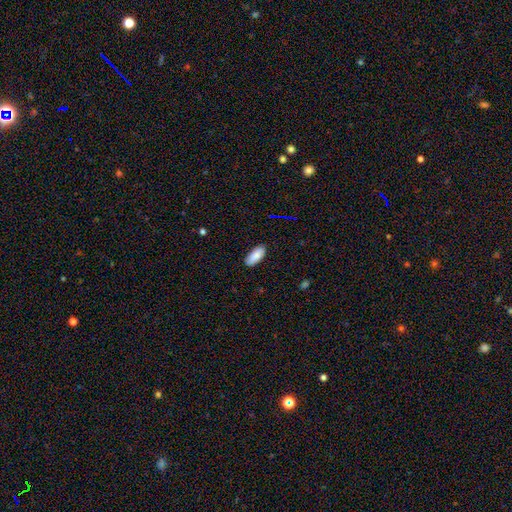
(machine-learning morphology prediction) Smooth or featured: smooth — 86% (featured or disk — 7%)
How rounded: in between — 88% (cigar-shaped — 10%)
Merging: none — 87% (minor disturbance — 10%)